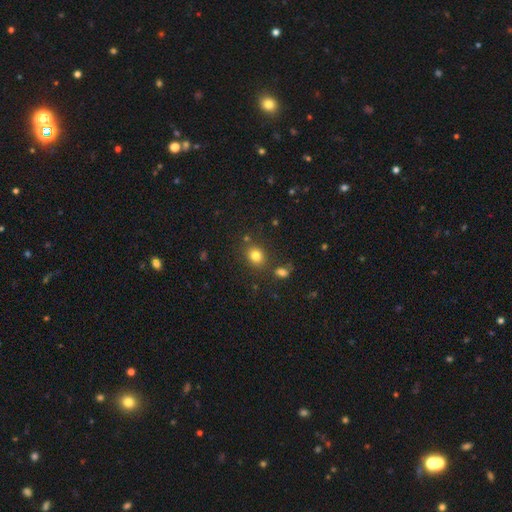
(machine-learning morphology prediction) This appears to be a smooth galaxy with no disk features (80%) that is round (65%). Merging: none (79%).